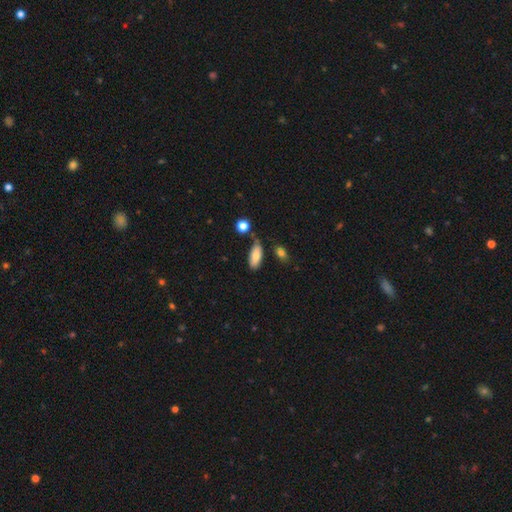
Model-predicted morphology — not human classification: type=smooth (81%); roundness=in between (83%); merging=none (60%).